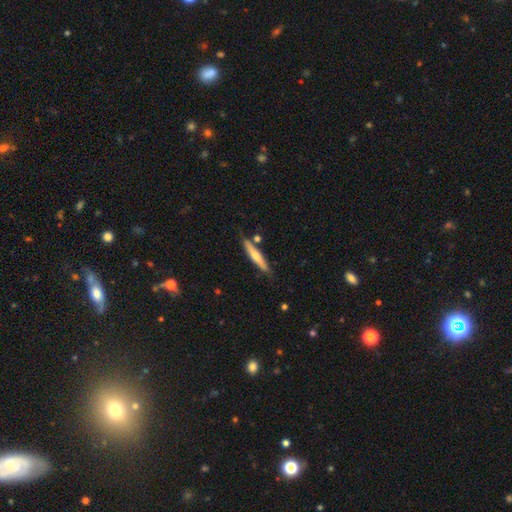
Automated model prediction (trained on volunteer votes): smooth 54%, featured or disk 40%, star or artifact 6%. Down the decision tree: how rounded — cigar-shaped (91%); merging — none (80%).